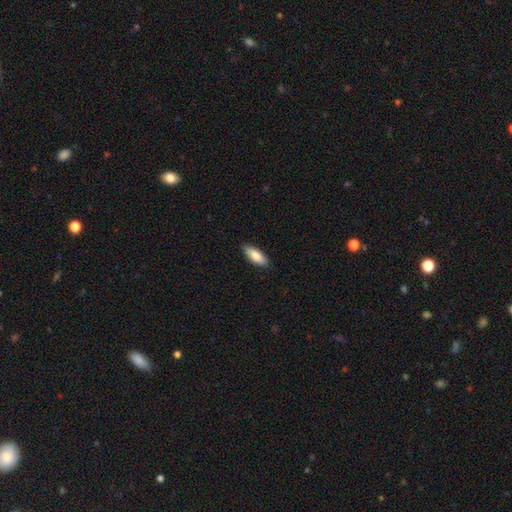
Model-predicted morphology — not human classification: smooth-or-featured: smooth: 84% | featured or disk: 10% | star or artifact: 6%
  how-rounded: in between: 76% | cigar-shaped: 22% | round: 2%
  merging: none: 84% | minor disturbance: 13% | major disturbance: 2% | merger: 1%